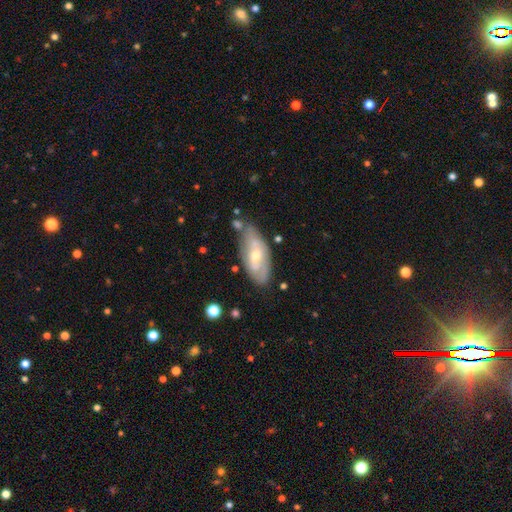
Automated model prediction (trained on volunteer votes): A featured or disk galaxy (60%) with no bar (43%), spiral arms (58%) and a moderate central bulge (58%). Merging: none (63%).